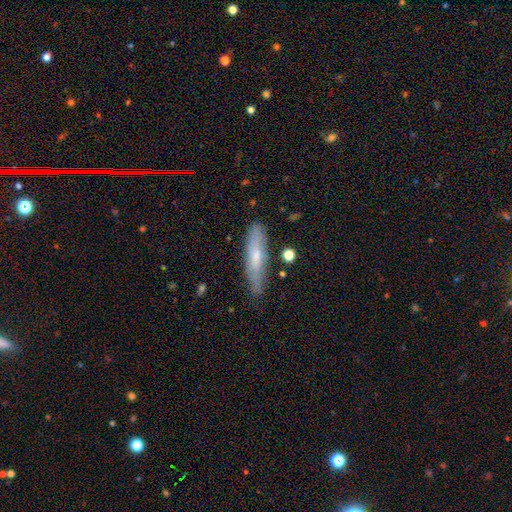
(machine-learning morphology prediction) smooth_or_featured: smooth (p=0.58) [alt: featured or disk p=0.36]
how_rounded: cigar-shaped (p=0.76) [alt: in between p=0.22]
merging: none (p=0.77) [alt: minor disturbance p=0.17]